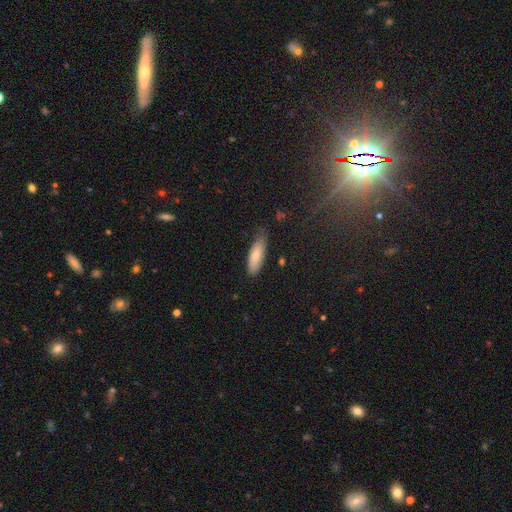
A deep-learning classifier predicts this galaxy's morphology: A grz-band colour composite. It shows a smooth galaxy with no disk features (79%) that is in between round and cigar-shaped (60%). Merging: none (65%).